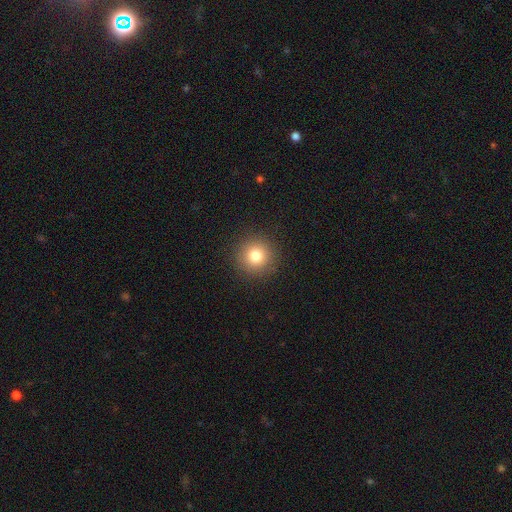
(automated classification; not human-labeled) smooth_or_featured: smooth (p=0.80) [alt: star or artifact p=0.12]
how_rounded: round (p=0.95) [alt: in between p=0.04]
merging: none (p=0.91) [alt: minor disturbance p=0.05]